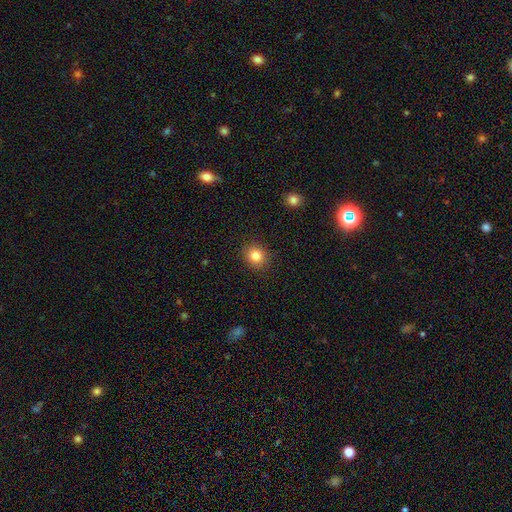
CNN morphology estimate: The model was most divided on "how rounded": round: 82%, in between: 17%, cigar-shaped: 1%. More confident: merging — none (90%); smooth or featured — smooth (83%).